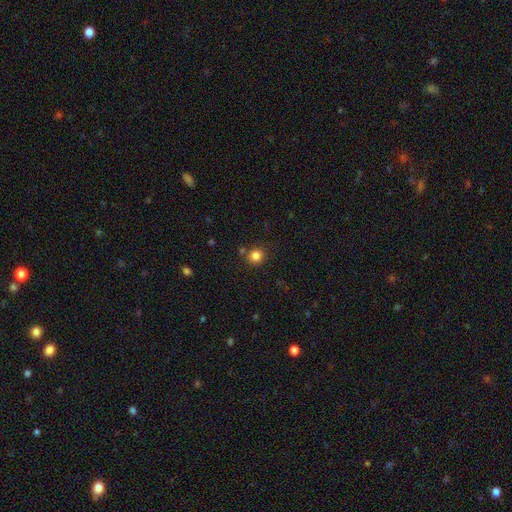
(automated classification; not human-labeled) Overall: smooth (83%). How rounded: round (89%). Merging: none (80%).